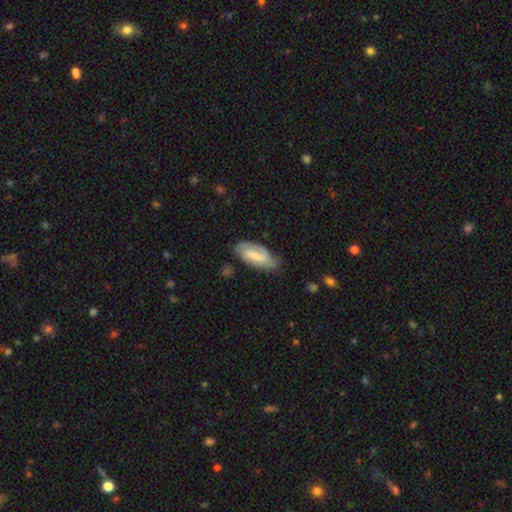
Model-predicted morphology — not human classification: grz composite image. It shows a smooth galaxy with no disk features (47%, tied with featured or disk). Merging: none (65%).